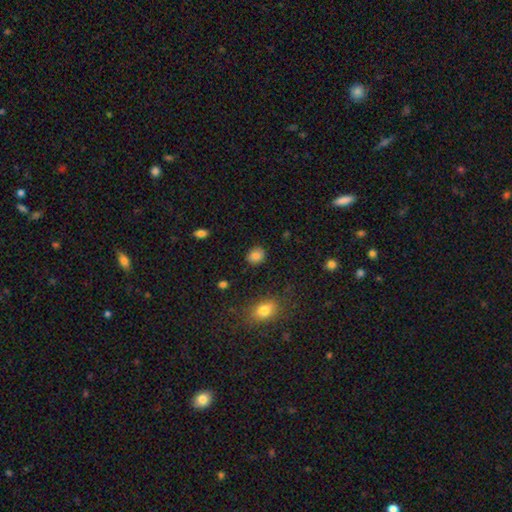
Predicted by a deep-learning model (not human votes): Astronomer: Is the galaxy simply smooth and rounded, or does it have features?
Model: smooth — 85%.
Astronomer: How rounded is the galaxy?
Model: round — 56% (runner-up: in between, 43%).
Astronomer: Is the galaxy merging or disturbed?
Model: none — 86%.